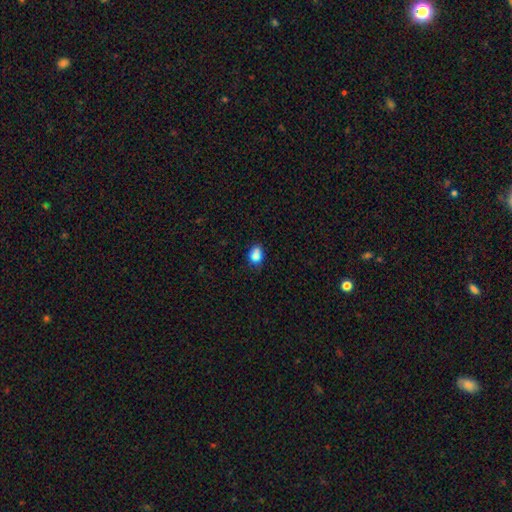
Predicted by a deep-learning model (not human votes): Smooth or featured?
  - smooth: 80% *
  - star or artifact: 10%
  - featured or disk: 9%
How rounded?
  - in between: 64% *
  - round: 35%
  - cigar-shaped: 1%
Merging?
  - none: 53% *
  - minor disturbance: 31%
  - merger: 9%
  - major disturbance: 7%